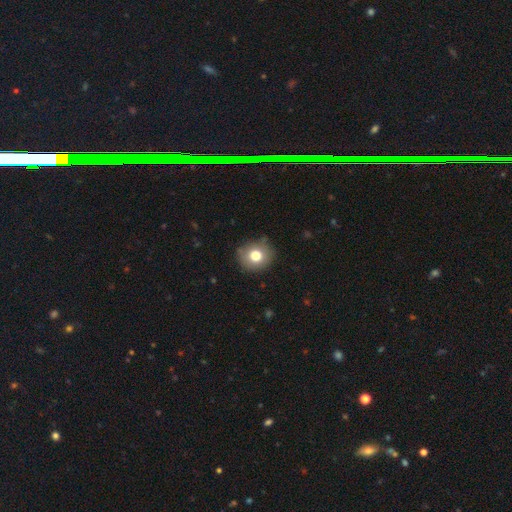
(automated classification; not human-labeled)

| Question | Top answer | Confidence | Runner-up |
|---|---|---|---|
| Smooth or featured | smooth | 77% | featured or disk (13%) |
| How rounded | round | 83% | in between (16%) |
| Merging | none | 82% | minor disturbance (13%) |